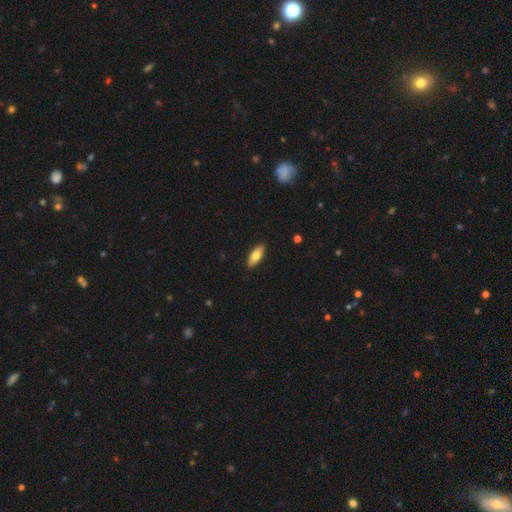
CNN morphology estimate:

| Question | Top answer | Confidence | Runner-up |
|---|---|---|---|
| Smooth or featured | smooth | 74% | featured or disk (20%) |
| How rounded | in between | 74% | cigar-shaped (24%) |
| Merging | none | 90% | minor disturbance (8%) |